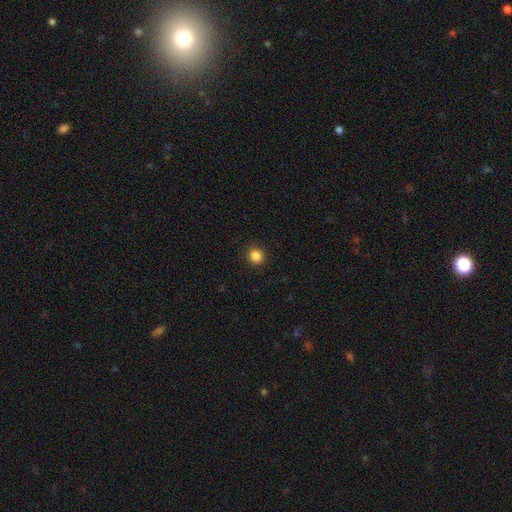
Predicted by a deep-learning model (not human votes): Smooth or featured: smooth — 86% (star or artifact — 11%)
How rounded: round — 90% (in between — 9%)
Merging: none — 91% (minor disturbance — 6%)